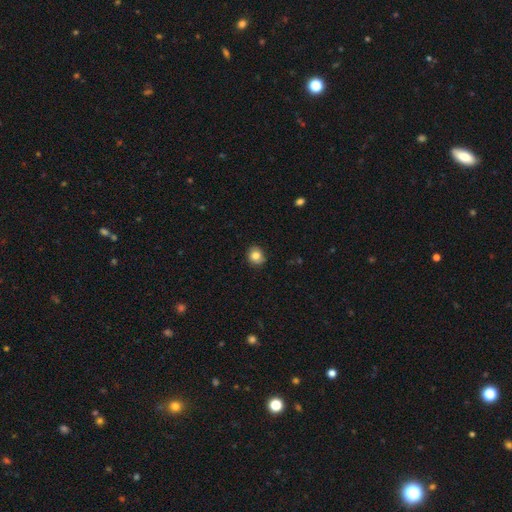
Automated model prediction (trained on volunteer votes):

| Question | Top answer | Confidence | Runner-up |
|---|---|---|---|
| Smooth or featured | smooth | 82% | star or artifact (10%) |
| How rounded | round | 78% | in between (21%) |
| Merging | none | 83% | minor disturbance (14%) |